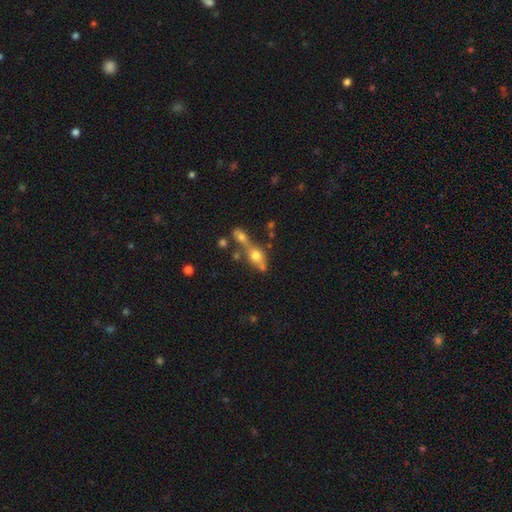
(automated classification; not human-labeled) Smooth or featured? Predicted: smooth (p=0.57). How rounded? Predicted: in between (p=0.54). Merging? Predicted: merger (p=0.51).